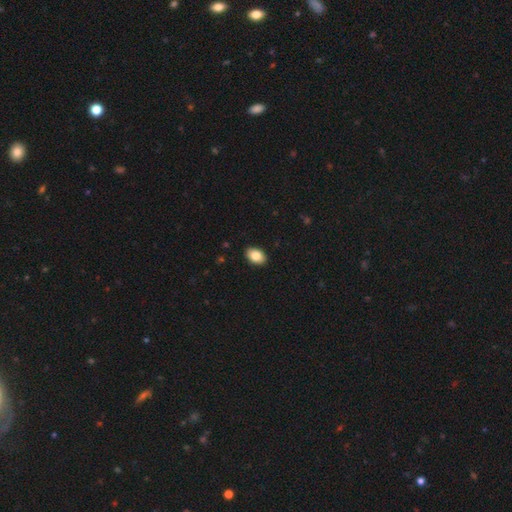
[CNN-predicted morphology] Smooth or featured: smooth — 85% (featured or disk — 8%)
How rounded: in between — 90% (round — 9%)
Merging: none — 91% (minor disturbance — 7%)